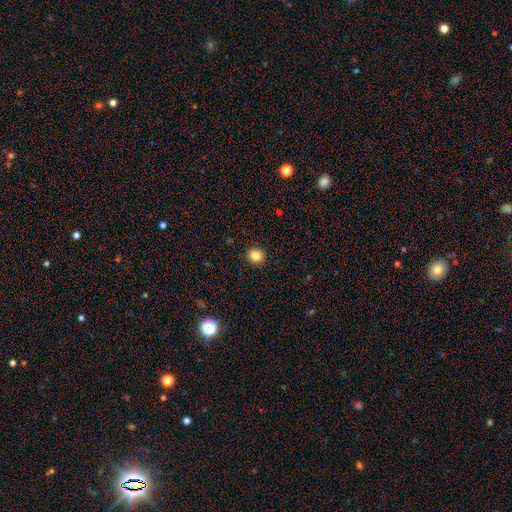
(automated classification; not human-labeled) Smooth or featured? smooth (84%)
How rounded? round (91%)
Merging? none (93%)